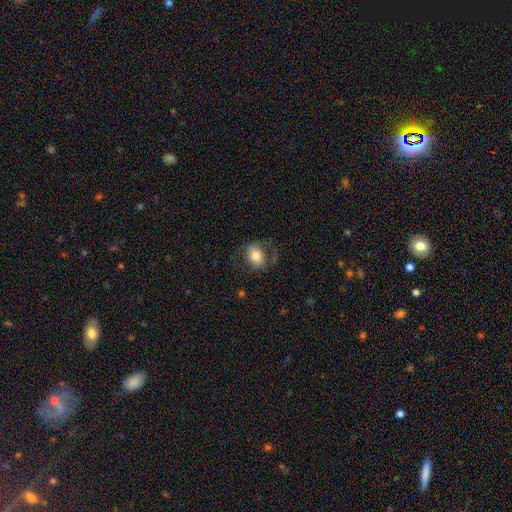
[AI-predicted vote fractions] smooth-or-featured: smooth: 71% | featured or disk: 21% | star or artifact: 8%
  how-rounded: in between: 69% | round: 29% | cigar-shaped: 1%
  merging: none: 62% | minor disturbance: 21% | major disturbance: 16% | merger: 2%